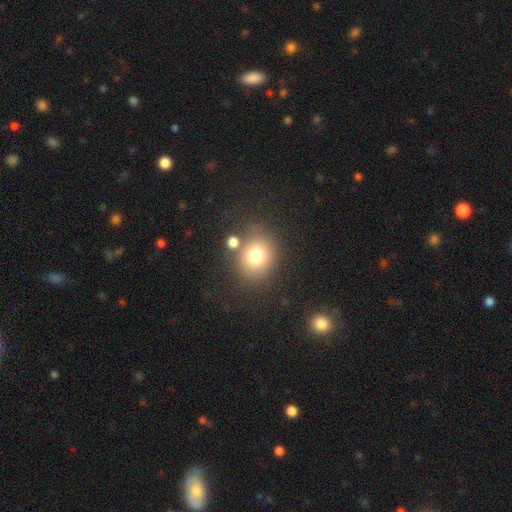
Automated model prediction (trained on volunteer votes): This appears to be a smooth galaxy with no disk features (75%) that is round (74%). Merging: none (69%).